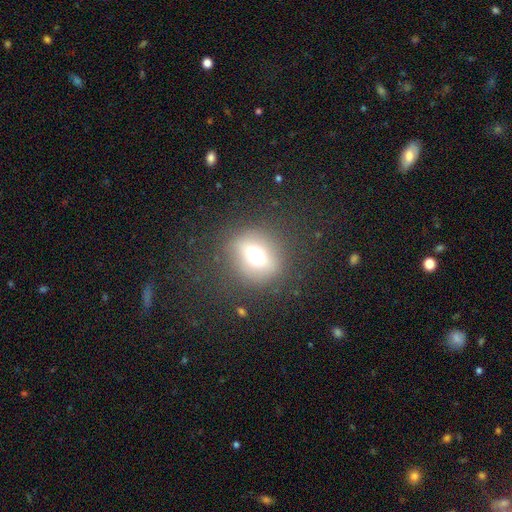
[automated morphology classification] Overall: smooth (61%). How rounded: round (78%). Merging: none (79%).